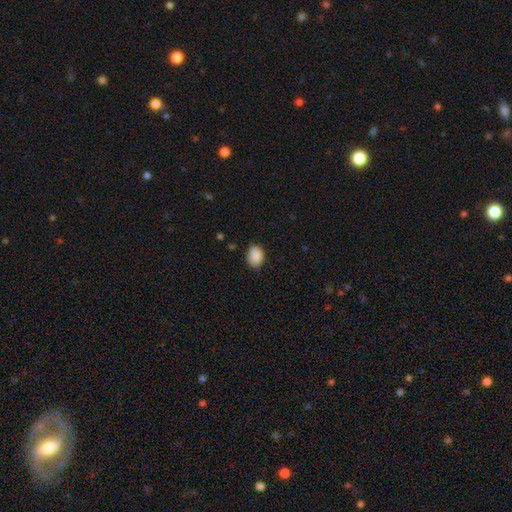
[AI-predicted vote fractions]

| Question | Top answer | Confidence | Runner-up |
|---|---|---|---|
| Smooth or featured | smooth | 88% | star or artifact (8%) |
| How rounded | in between | 62% | round (37%) |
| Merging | none | 78% | minor disturbance (18%) |